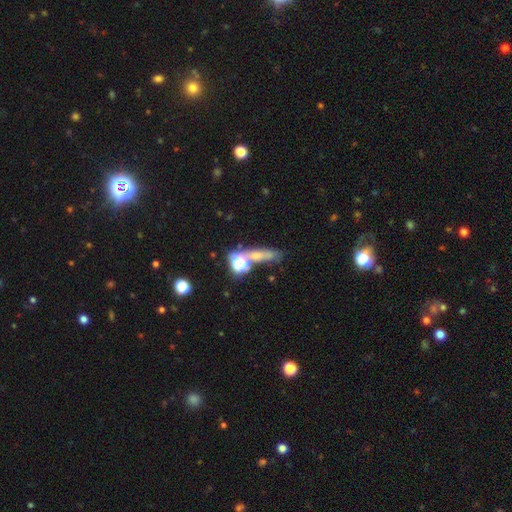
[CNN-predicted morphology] smooth-or-featured: smooth: 49% | star or artifact: 26% | featured or disk: 25%
  merging: none: 52% | merger: 25% | minor disturbance: 13% | major disturbance: 10%